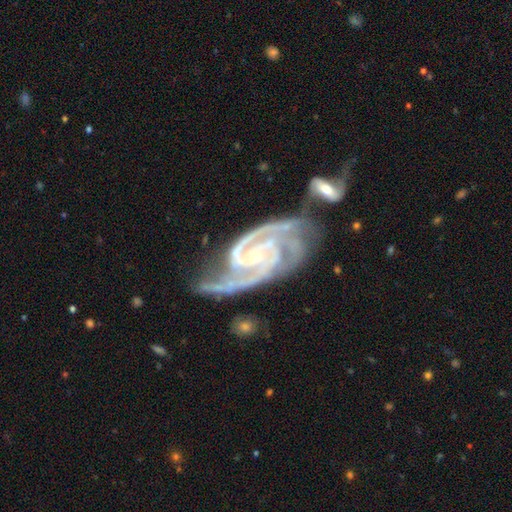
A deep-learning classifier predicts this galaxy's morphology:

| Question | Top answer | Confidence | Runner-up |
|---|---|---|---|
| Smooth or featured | featured or disk | 94% | star or artifact (4%) |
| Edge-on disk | no | 98% | yes (2%) |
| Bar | no | 44% | weak (35%) |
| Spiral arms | yes | 99% | no (1%) |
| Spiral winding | tight | 50% | medium (44%) |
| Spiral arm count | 2 | 53% | 3 (28%) |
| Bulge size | small | 80% | moderate (16%) |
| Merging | none | 44% | minor disturbance (24%) |